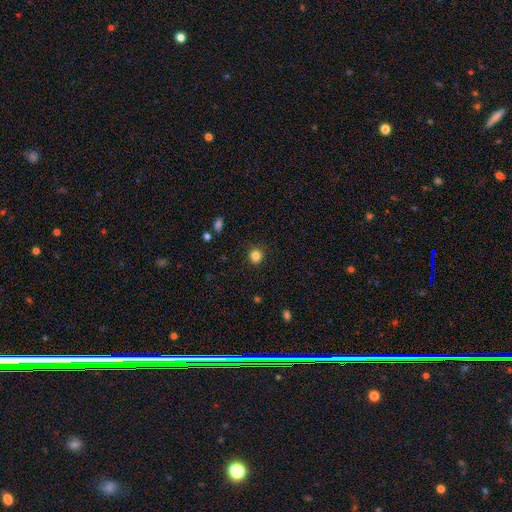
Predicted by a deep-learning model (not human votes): smooth 83%, star or artifact 12%, featured or disk 5%. Down the decision tree: how rounded — round (89%); merging — none (89%).